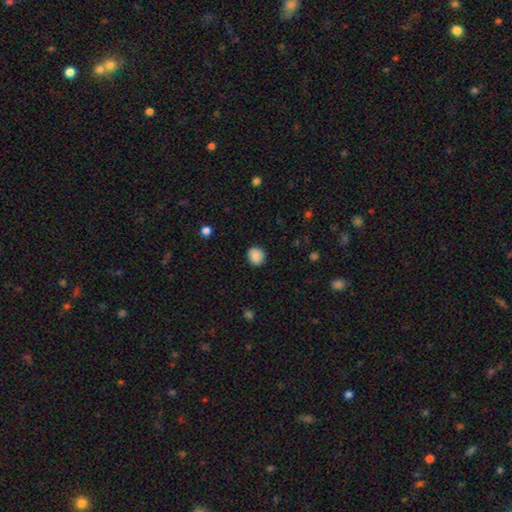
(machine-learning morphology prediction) smooth-or-featured: smooth: 88% | star or artifact: 8% | featured or disk: 4%
  how-rounded: round: 78% | in between: 21% | cigar-shaped: 1%
  merging: none: 88% | minor disturbance: 8% | major disturbance: 2% | merger: 1%